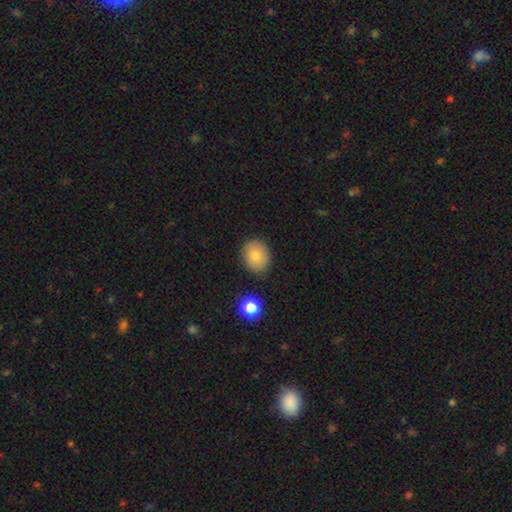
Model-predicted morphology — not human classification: Q: Smooth or featured?
A: smooth (78%); runner-up: featured or disk (13%)
Q: How rounded?
A: round (60%); runner-up: in between (39%)
Q: Merging?
A: none (84%); runner-up: minor disturbance (10%)